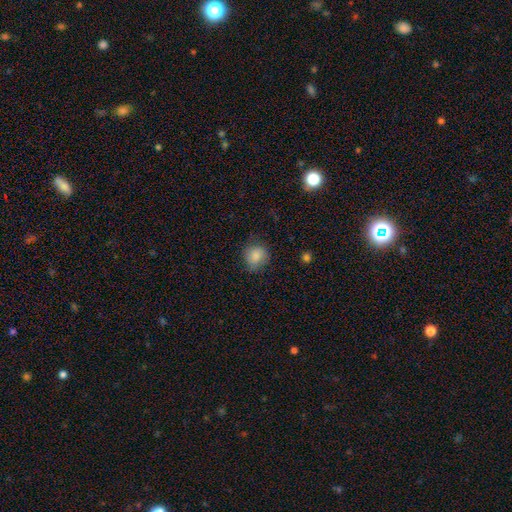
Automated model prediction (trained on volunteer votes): Smooth or featured? Predicted: smooth (p=0.85). How rounded? Predicted: round (p=0.81). Merging? Predicted: none (p=0.74).